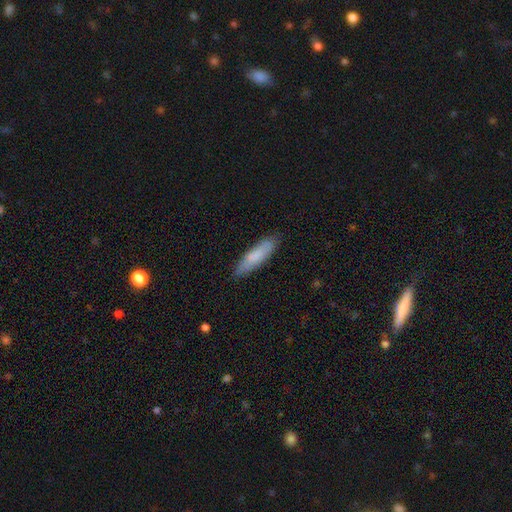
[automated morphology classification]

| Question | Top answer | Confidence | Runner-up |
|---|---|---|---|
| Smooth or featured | smooth | 79% | featured or disk (15%) |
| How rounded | cigar-shaped | 73% | in between (26%) |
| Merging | none | 85% | minor disturbance (12%) |